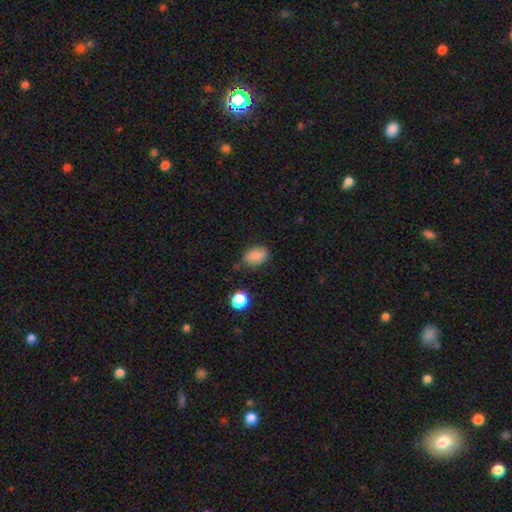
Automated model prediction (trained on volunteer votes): The model was most divided on "merging": none: 71%, minor disturbance: 21%, major disturbance: 4%, merger: 4%. More confident: smooth or featured — smooth (80%); how rounded — in between (78%).